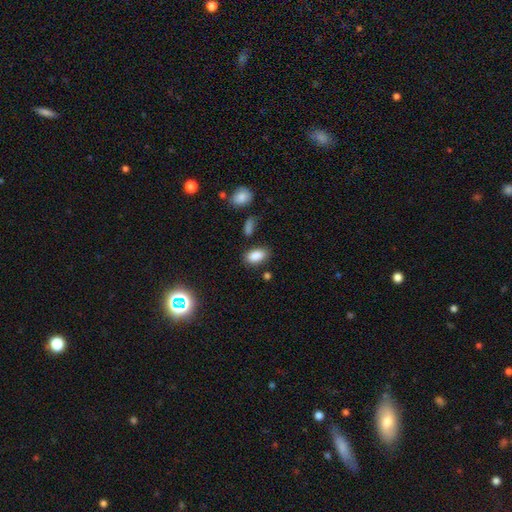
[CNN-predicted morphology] A smooth galaxy with no disk features (86%) that is in between round and cigar-shaped (91%).

Vote fractions:
- Smooth or featured? smooth: 86% / star or artifact: 9% / featured or disk: 5%
- How rounded? in between: 91% / round: 6% / cigar-shaped: 2%
- Merging? none: 79% / minor disturbance: 13% / merger: 4% / major disturbance: 4%